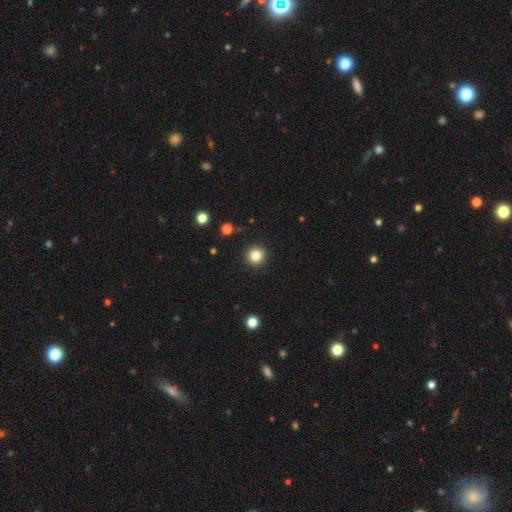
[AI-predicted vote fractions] smooth_or_featured: smooth (p=0.83) [alt: star or artifact p=0.11]
how_rounded: round (p=0.95) [alt: in between p=0.04]
merging: none (p=0.92) [alt: minor disturbance p=0.05]